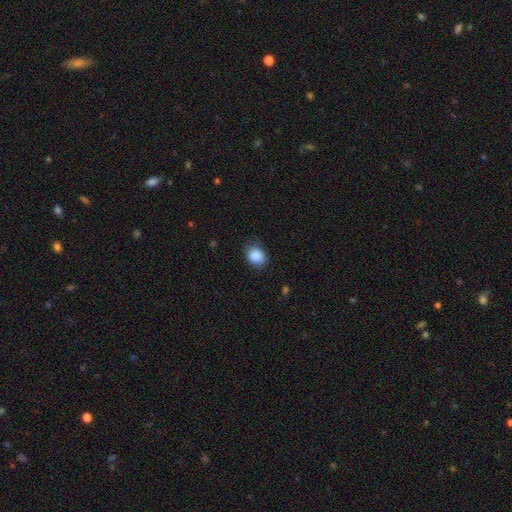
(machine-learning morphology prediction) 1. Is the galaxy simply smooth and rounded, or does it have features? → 88% smooth, 8% star or artifact, 4% featured or disk.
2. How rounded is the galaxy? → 52% in between, 47% round, 1% cigar-shaped.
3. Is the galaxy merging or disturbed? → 76% none, 19% minor disturbance, 4% major disturbance, 1% merger.